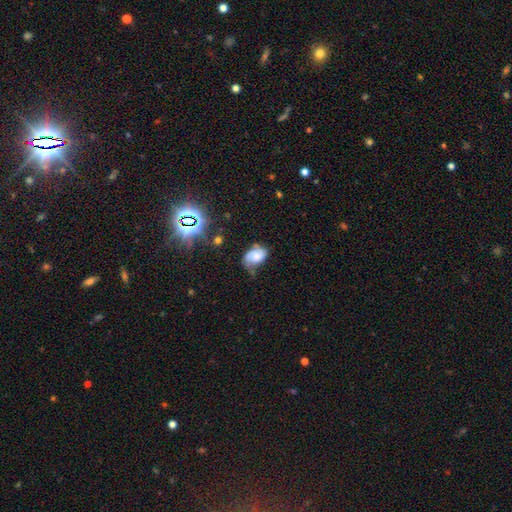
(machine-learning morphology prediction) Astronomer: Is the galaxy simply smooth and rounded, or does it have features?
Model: smooth — 49% (runner-up: featured or disk, 39%).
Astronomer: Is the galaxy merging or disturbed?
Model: none — 38%, tied with minor disturbance at 38%.